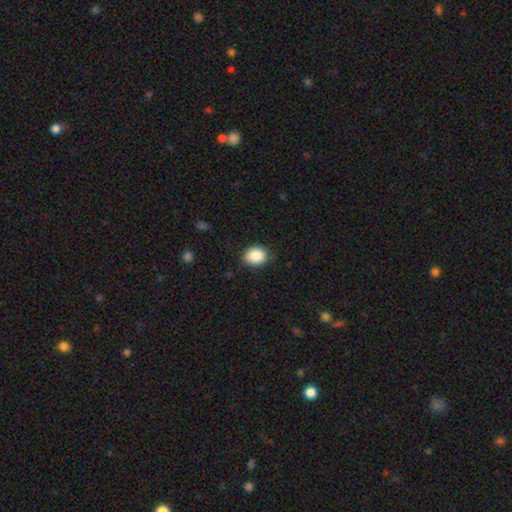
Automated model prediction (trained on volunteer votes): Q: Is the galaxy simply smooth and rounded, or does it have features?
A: smooth — 87%.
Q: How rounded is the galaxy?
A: round — 50%.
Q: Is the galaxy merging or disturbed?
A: none — 83%.